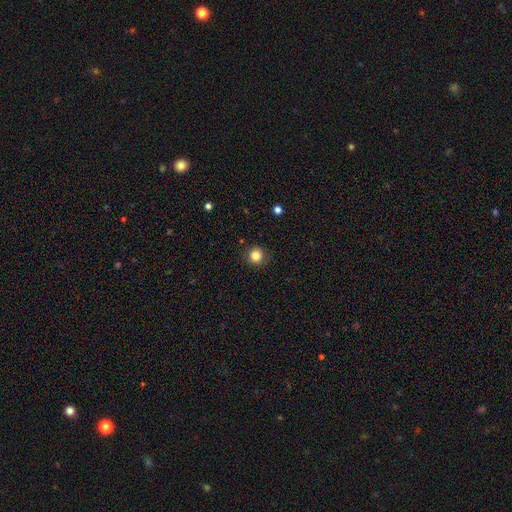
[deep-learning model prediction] smooth_or_featured: smooth (p=0.83) [alt: star or artifact p=0.12]
how_rounded: round (p=0.93) [alt: in between p=0.06]
merging: none (p=0.89) [alt: minor disturbance p=0.07]